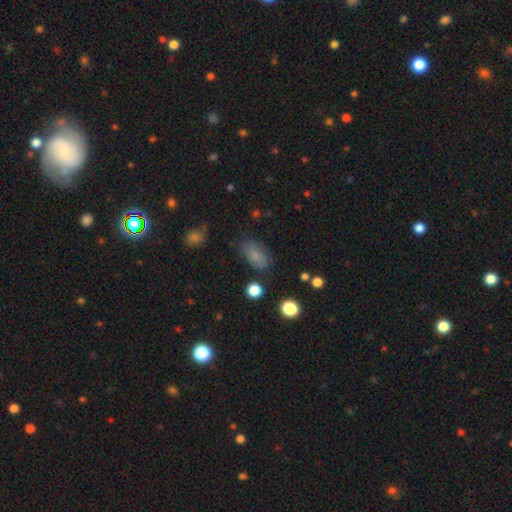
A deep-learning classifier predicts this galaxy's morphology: This is likely a smooth galaxy (77%). How rounded: clearly in between (89%). Merging: likely none (73%).